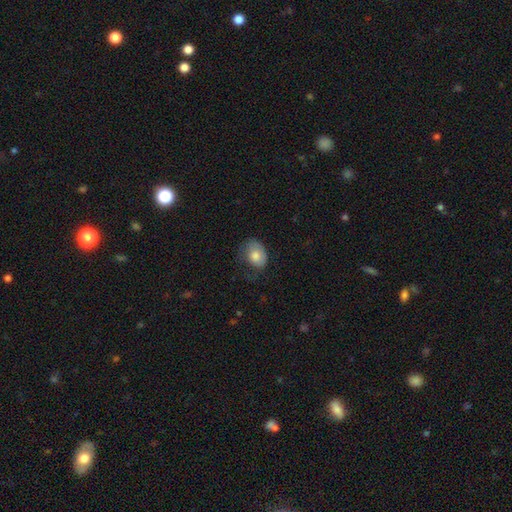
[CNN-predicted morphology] Smooth or featured? Predicted: smooth (p=0.77). How rounded? Predicted: in between (p=0.67). Merging? Predicted: none (p=0.41).